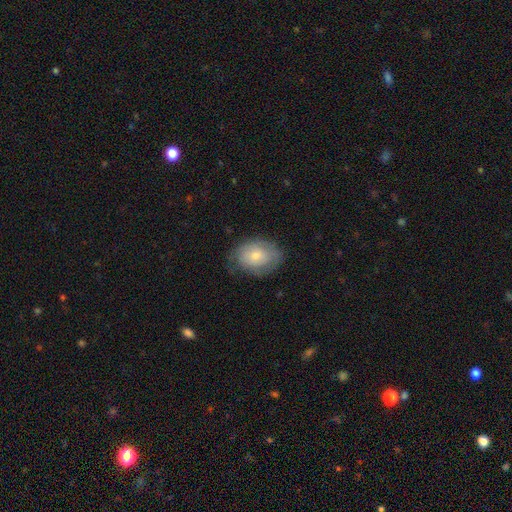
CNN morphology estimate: Smooth or featured? Predicted: smooth (p=0.66). How rounded? Predicted: in between (p=0.74). Merging? Predicted: none (p=0.65).